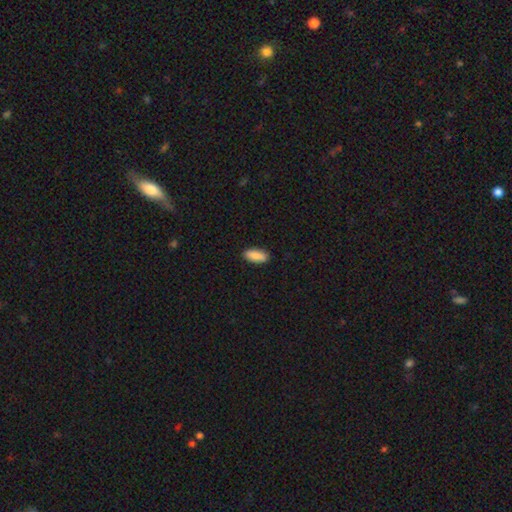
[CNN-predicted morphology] Smooth or featured? smooth (89%)
How rounded? in between (80%)
Merging? none (88%)